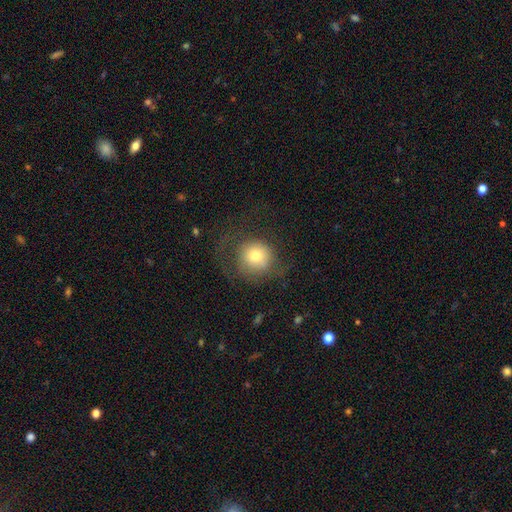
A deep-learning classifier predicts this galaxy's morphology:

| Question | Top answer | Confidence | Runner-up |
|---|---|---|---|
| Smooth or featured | smooth | 69% | featured or disk (20%) |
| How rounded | round | 89% | in between (10%) |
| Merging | none | 52% | major disturbance (28%) |